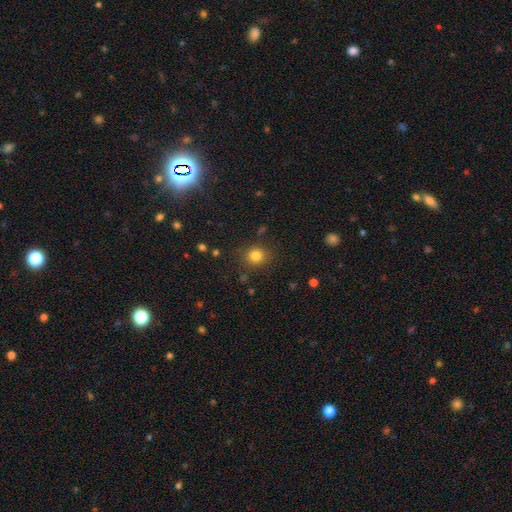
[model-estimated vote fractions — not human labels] Q: Smooth or featured?
A: smooth (81%); runner-up: star or artifact (13%)
Q: How rounded?
A: round (86%); runner-up: in between (13%)
Q: Merging?
A: none (85%); runner-up: minor disturbance (9%)